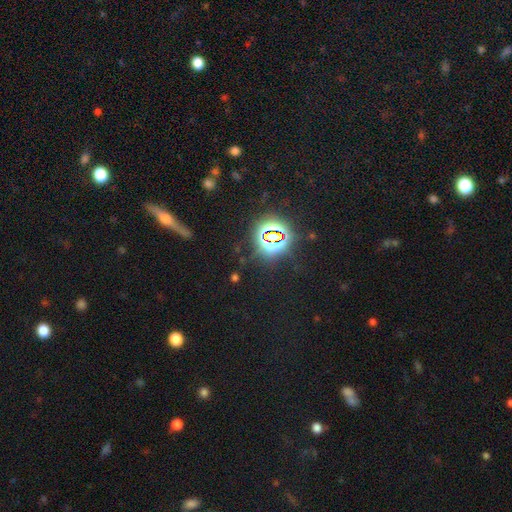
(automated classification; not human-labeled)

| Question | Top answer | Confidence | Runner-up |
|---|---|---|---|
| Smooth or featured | star or artifact | 64% | smooth (25%) |